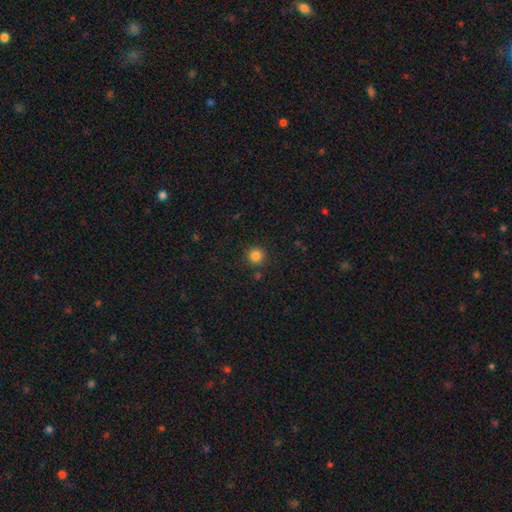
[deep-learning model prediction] Morphology: type=smooth (84%); roundness=round (94%); merging=none (87%).